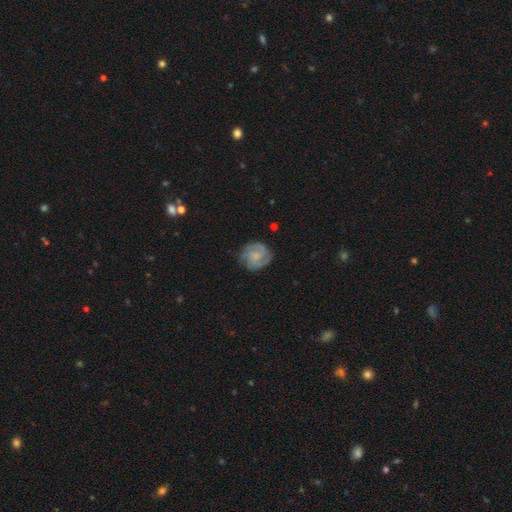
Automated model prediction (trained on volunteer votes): A featured or disk galaxy (67%) with no bar (64%), 3 (30%, tied with 2) tight (53%) spiral arms (92%) and a small central bulge (50%).

Vote fractions:
- Smooth or featured? featured or disk: 67% / smooth: 26% / star or artifact: 7%
- Edge-on disk? no: 98% / yes: 2%
- Bar? no: 64% / weak: 32% / strong: 5%
- Spiral arms? yes: 92% / no: 8%
- Spiral winding? tight: 53% / medium: 37% / loose: 10%
- Spiral arm count? 3: 30% (tied) / 2: 30% (tied) / can't tell: 24% / 4: 7% / 1: 5% / more than 4: 4%
- Bulge size? small: 50% / none: 28% / moderate: 19% / large: 2% / dominant: 1%
- Merging? none: 77% / minor disturbance: 16% / major disturbance: 6% / merger: 1%